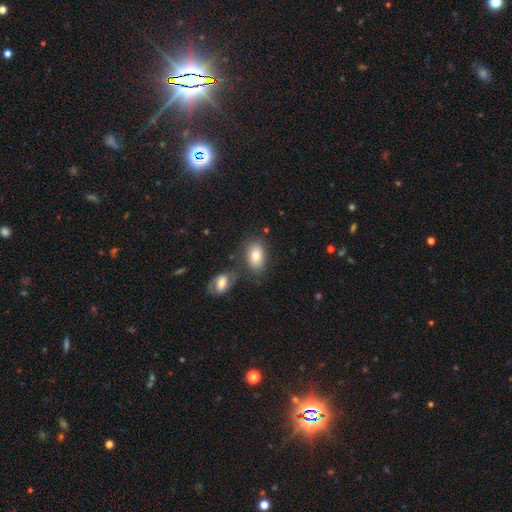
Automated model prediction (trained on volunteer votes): smooth 80%, featured or disk 13%, star or artifact 7%. Down the decision tree: how rounded — in between (89%); merging — none (65%).